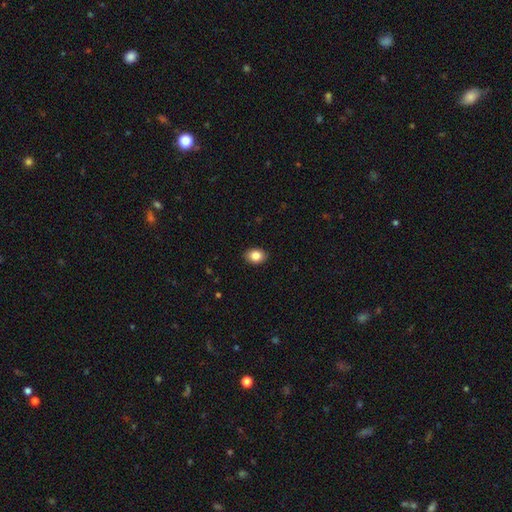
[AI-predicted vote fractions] smooth-or-featured: smooth: 85% | star or artifact: 8% | featured or disk: 7%
  how-rounded: in between: 67% | round: 32% | cigar-shaped: 1%
  merging: none: 89% | minor disturbance: 8% | major disturbance: 2% | merger: 1%